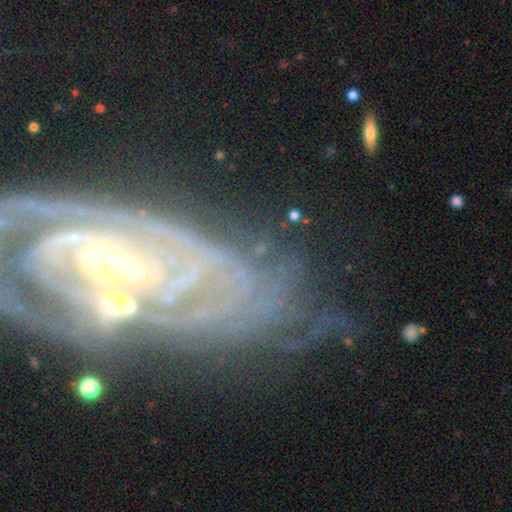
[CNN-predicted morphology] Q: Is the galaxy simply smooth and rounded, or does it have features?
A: featured or disk — 79%.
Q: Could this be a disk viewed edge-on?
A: no — 91%.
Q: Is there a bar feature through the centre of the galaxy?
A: no — 47%.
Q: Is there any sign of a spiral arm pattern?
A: yes — 90%.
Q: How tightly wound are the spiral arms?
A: tight — 74%.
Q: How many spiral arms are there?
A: can't tell — 39%.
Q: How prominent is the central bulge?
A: small — 55%.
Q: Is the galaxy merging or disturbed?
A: none — 57%.